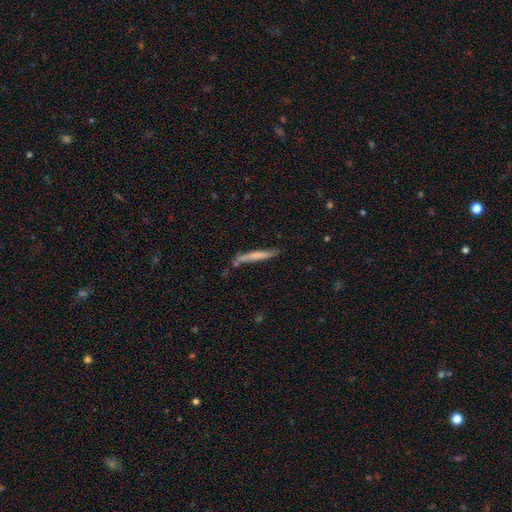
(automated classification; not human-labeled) Smooth or featured: smooth — 62% (featured or disk — 32%)
How rounded: cigar-shaped — 96% (in between — 3%)
Merging: none — 76% (minor disturbance — 15%)